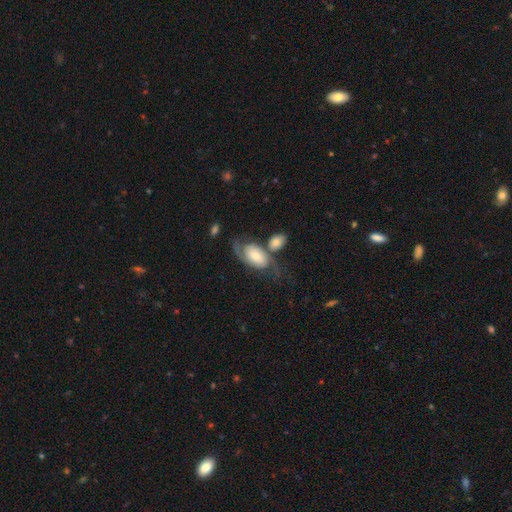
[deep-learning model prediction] Smooth or featured?
  - featured or disk: 57% *
  - smooth: 37%
  - star or artifact: 6%
Edge-on disk?
  - no: 94% *
  - yes: 6%
Bar?
  - no: 65% *
  - weak: 26%
  - strong: 9%
Spiral arms?
  - yes: 84% *
  - no: 16%
Bulge size?
  - small: 40% *
  - moderate: 36%
  - large: 15%
  - dominant: 5%
  - none: 4%
Merging?
  - none: 38% *
  - merger: 25%
  - major disturbance: 20%
  - minor disturbance: 18%